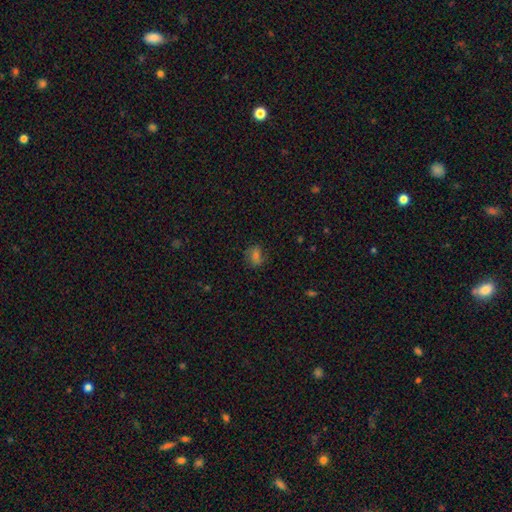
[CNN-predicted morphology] smooth 60%, star or artifact 25%, featured or disk 15%. Down the decision tree: how rounded — in between (56%); merging — none (77%).